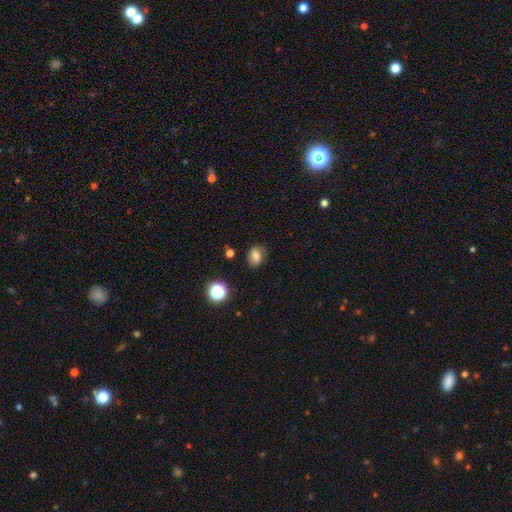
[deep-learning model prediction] Smooth or featured? smooth (77%)
How rounded? in between (66%)
Merging? none (80%)